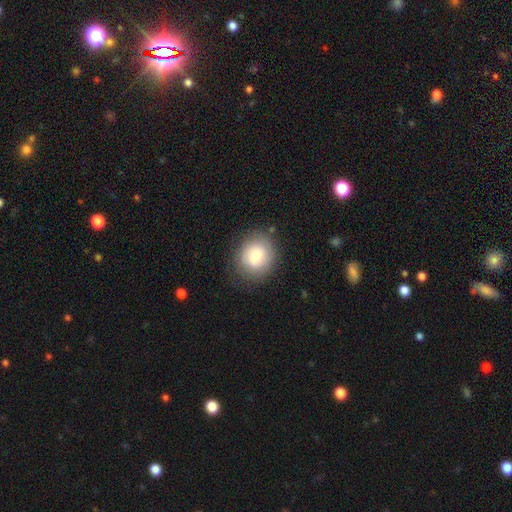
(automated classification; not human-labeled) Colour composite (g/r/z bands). It shows a smooth galaxy with no disk features (74%) that is round (65%). Merging: none (80%).